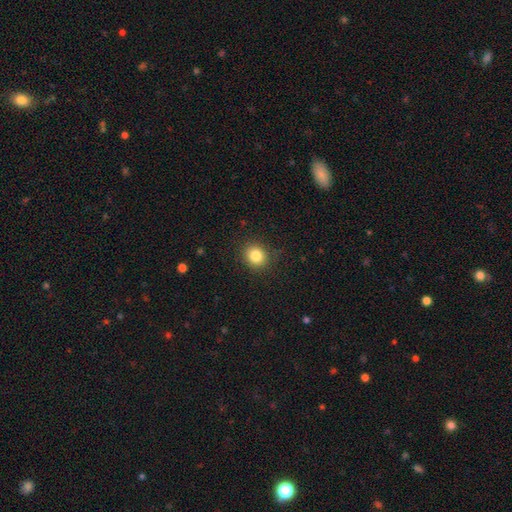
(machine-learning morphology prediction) Smooth or featured: smooth — 84% (star or artifact — 11%)
How rounded: round — 81% (in between — 18%)
Merging: none — 88% (minor disturbance — 8%)